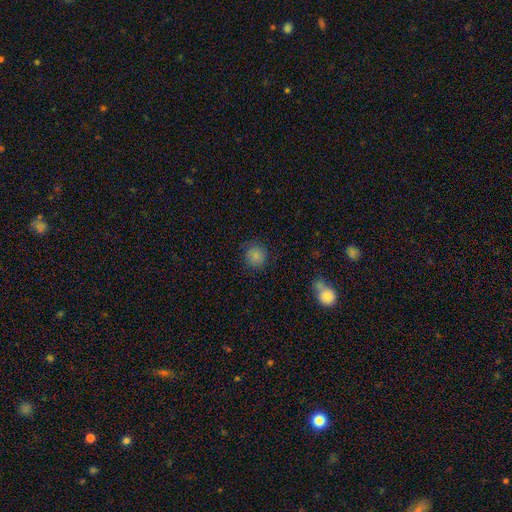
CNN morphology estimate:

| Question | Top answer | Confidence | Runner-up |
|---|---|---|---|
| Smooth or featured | smooth | 83% | star or artifact (11%) |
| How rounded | round | 90% | in between (9%) |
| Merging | none | 83% | minor disturbance (12%) |